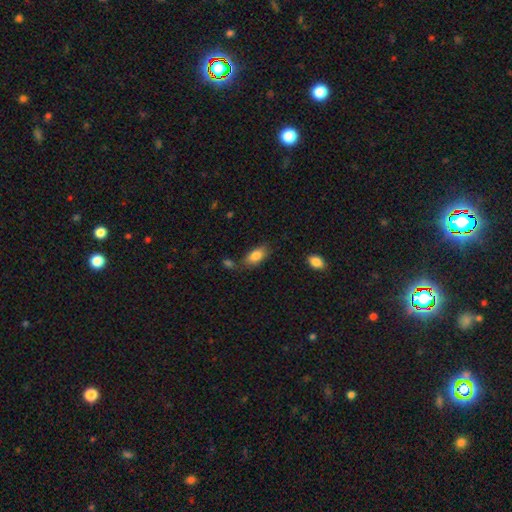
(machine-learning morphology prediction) Smooth or featured?
  - smooth: 84% *
  - featured or disk: 9%
  - star or artifact: 8%
How rounded?
  - in between: 90% *
  - cigar-shaped: 6%
  - round: 4%
Merging?
  - none: 71% *
  - minor disturbance: 16%
  - merger: 9%
  - major disturbance: 4%